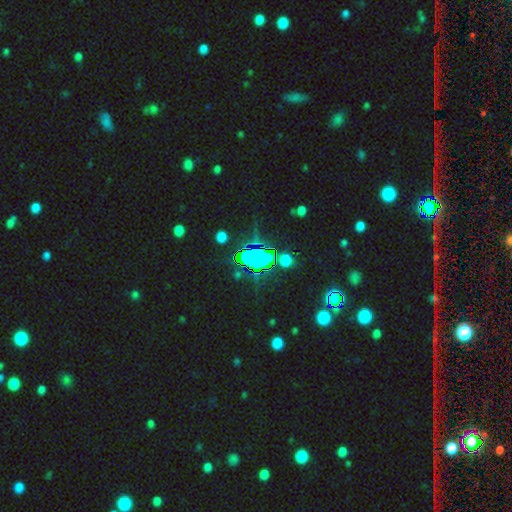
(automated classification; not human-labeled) Smooth or featured? star or artifact (74%)